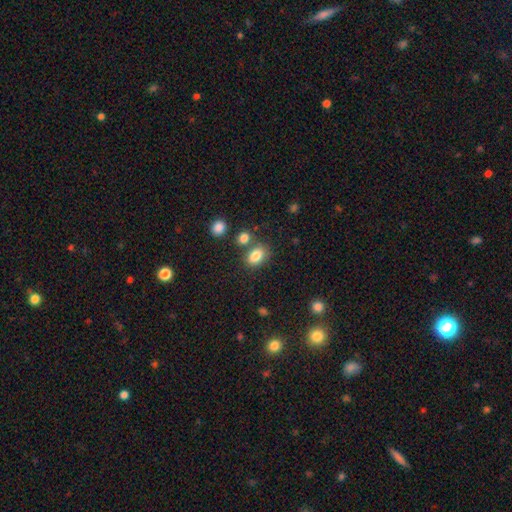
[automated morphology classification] Q: Smooth or featured?
A: smooth (83%); runner-up: star or artifact (10%)
Q: How rounded?
A: in between (78%); runner-up: round (21%)
Q: Merging?
A: none (66%); runner-up: merger (17%)